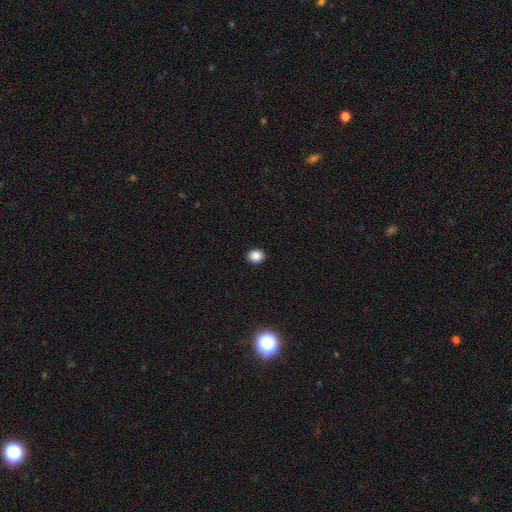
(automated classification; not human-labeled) This appears to be a smooth galaxy with no disk features (87%) that is round (74%). Merging: none (92%).